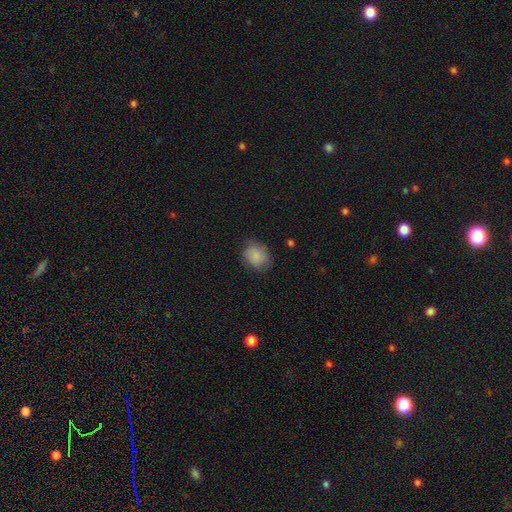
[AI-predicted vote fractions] A smooth galaxy with no disk features (81%) that is round (54%).

Vote fractions:
- Smooth or featured? smooth: 81% / featured or disk: 12% / star or artifact: 7%
- How rounded? round: 54% / in between: 45% / cigar-shaped: 1%
- Merging? none: 74% / minor disturbance: 20% / major disturbance: 5% / merger: 1%